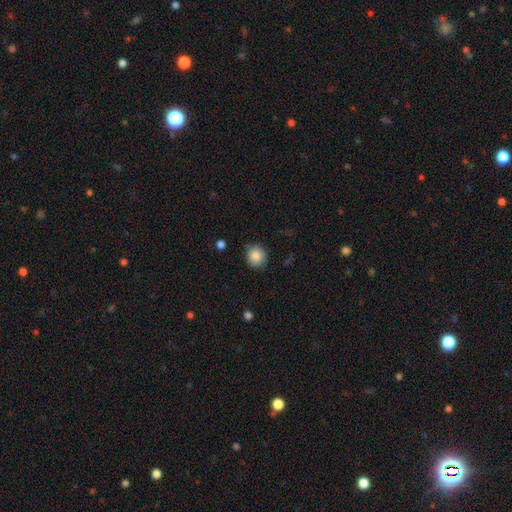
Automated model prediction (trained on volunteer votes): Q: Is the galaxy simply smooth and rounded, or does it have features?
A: smooth — 86%.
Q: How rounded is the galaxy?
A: round — 86%.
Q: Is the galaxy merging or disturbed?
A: none — 82%.